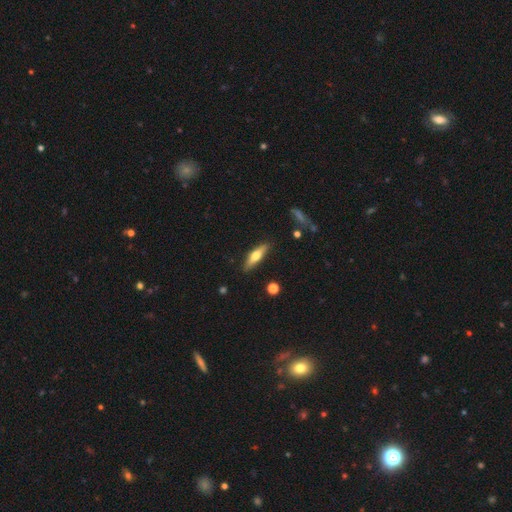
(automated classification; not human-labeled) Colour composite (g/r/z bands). It shows a smooth galaxy with no disk features (53%) that is cigar-shaped (66%). Merging: none (86%).